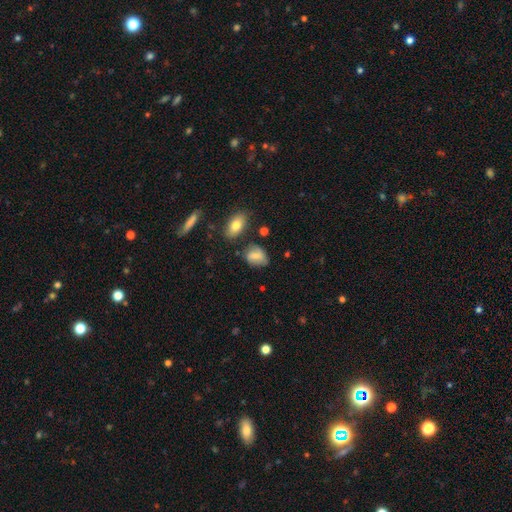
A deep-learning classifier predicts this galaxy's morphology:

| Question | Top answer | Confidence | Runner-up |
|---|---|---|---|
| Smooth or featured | smooth | 67% | featured or disk (23%) |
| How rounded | in between | 71% | round (27%) |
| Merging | none | 60% | minor disturbance (27%) |